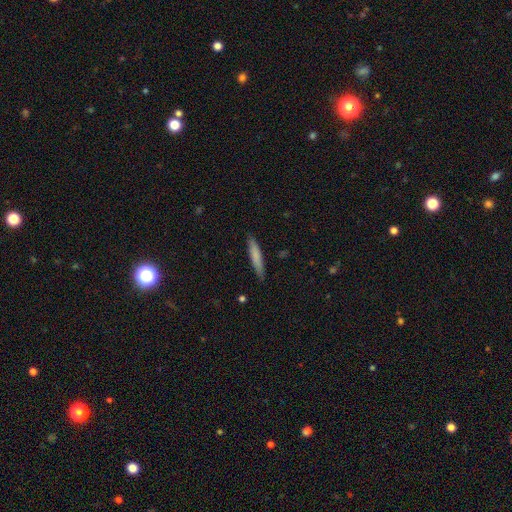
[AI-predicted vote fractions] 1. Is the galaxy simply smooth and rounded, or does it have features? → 76% smooth, 18% featured or disk, 5% star or artifact.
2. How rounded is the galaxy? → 92% cigar-shaped, 7% in between, 1% round.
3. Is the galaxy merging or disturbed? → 87% none, 10% minor disturbance, 2% major disturbance, 1% merger.